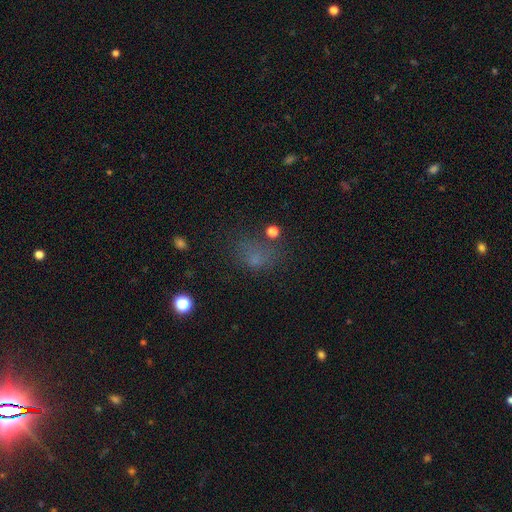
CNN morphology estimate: This appears to be a smooth galaxy with no disk features (57%) that is in between round and cigar-shaped (56%). Merging: none (49%).